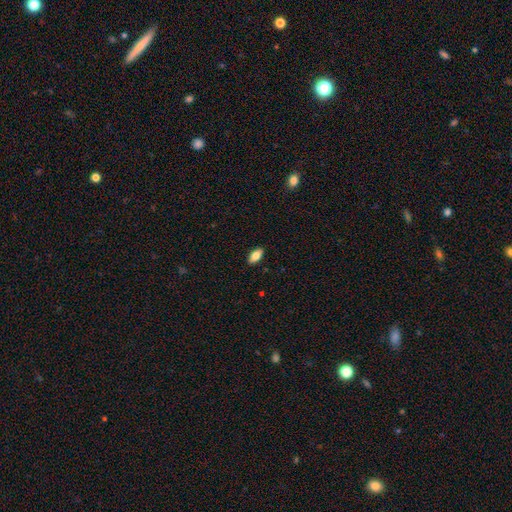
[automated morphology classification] smooth_or_featured: smooth (p=0.79) [alt: featured or disk p=0.13]
how_rounded: in between (p=0.89) [alt: cigar-shaped p=0.09]
merging: none (p=0.89) [alt: minor disturbance p=0.08]